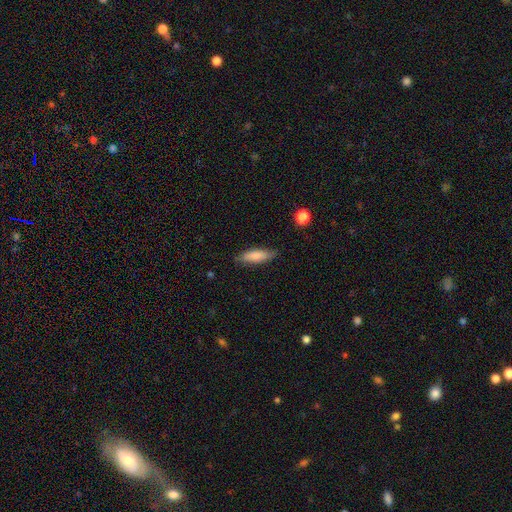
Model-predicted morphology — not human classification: A smooth galaxy with no disk features (78%) that is cigar-shaped (54%).

Vote fractions:
- Smooth or featured? smooth: 78% / featured or disk: 15% / star or artifact: 7%
- How rounded? cigar-shaped: 54% / in between: 44% / round: 2%
- Merging? none: 80% / minor disturbance: 15% / major disturbance: 3% / merger: 1%